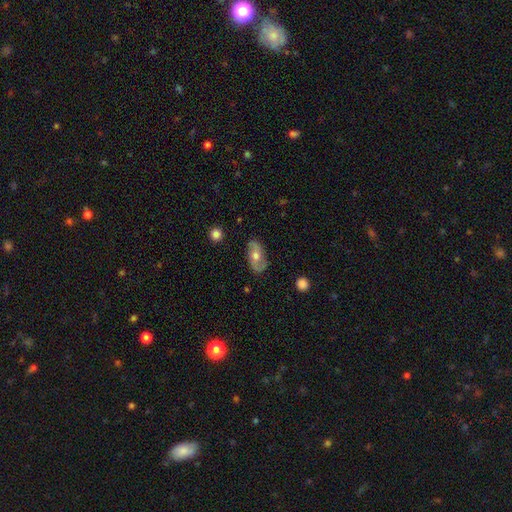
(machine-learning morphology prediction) The model was most divided on "smooth or featured": featured or disk: 63%, smooth: 30%, star or artifact: 7%. More confident: edge-on disk — no (93%); spiral arms — yes (81%); merging — none (79%); bulge size — moderate (76%); bar — no (69%).